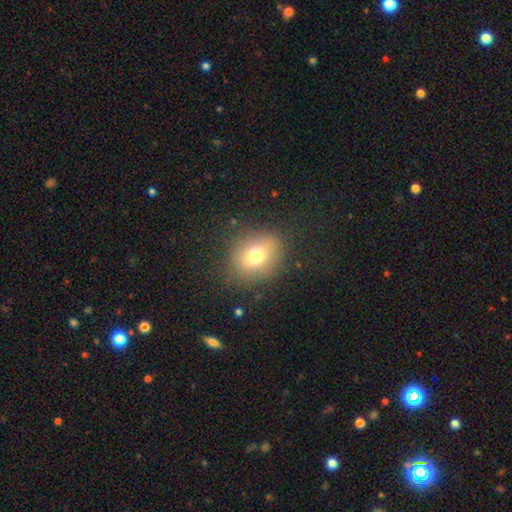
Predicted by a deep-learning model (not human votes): Smooth or featured? Predicted: smooth (p=0.70). How rounded? Predicted: round (p=0.54). Merging? Predicted: none (p=0.83).